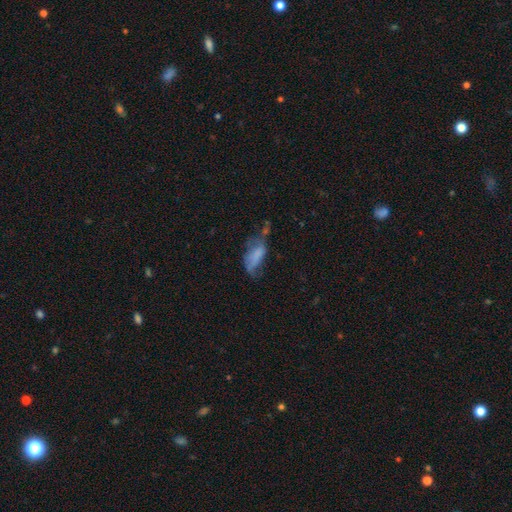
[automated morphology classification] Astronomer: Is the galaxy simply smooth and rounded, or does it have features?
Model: smooth — 56% (runner-up: featured or disk, 33%).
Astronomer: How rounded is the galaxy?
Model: in between — 87%.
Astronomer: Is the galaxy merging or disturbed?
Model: major disturbance — 38% (runner-up: minor disturbance, 28%).